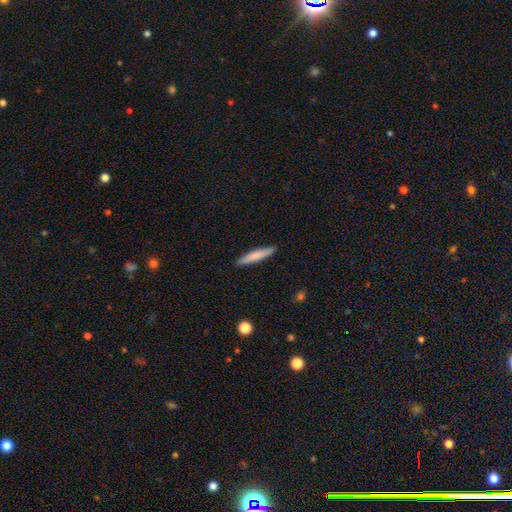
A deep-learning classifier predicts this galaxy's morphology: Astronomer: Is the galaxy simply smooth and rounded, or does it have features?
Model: smooth — 73%.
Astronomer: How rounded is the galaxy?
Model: cigar-shaped — 93%.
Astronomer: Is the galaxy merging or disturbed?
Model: none — 91%.